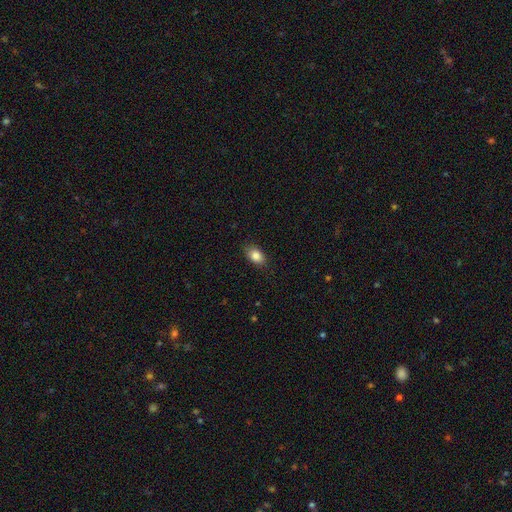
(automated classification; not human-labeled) Smooth or featured: smooth — 86% (star or artifact — 8%)
How rounded: in between — 87% (round — 11%)
Merging: none — 84% (minor disturbance — 12%)